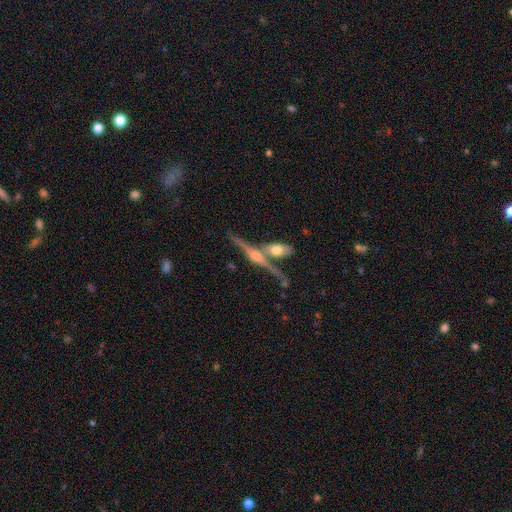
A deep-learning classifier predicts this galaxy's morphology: Q: Smooth or featured?
A: featured or disk (80%); runner-up: smooth (13%)
Q: Edge-on disk?
A: yes (96%); runner-up: no (4%)
Q: Edge-on bulge?
A: rounded (80%); runner-up: boxy (14%)
Q: Merging?
A: none (64%); runner-up: merger (20%)